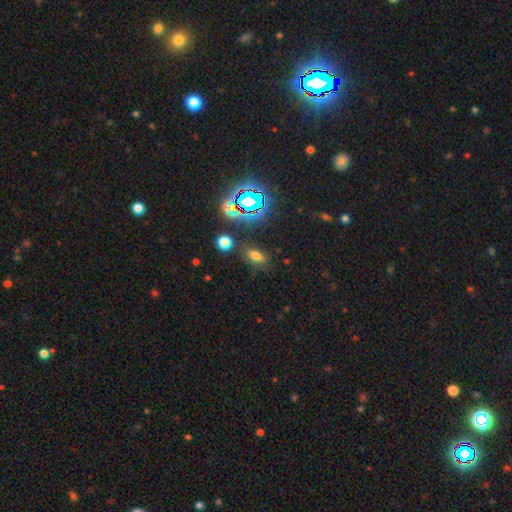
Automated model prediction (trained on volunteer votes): Smooth or featured? smooth (63%)
How rounded? in between (80%)
Merging? none (77%)